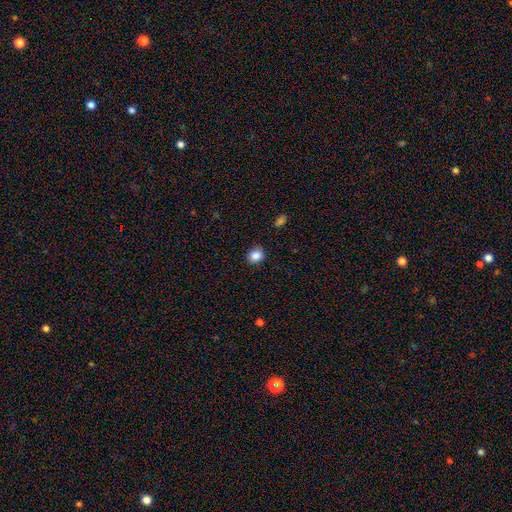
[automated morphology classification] Smooth or featured? Predicted: smooth (p=0.86). How rounded? Predicted: round (p=0.66). Merging? Predicted: none (p=0.87).